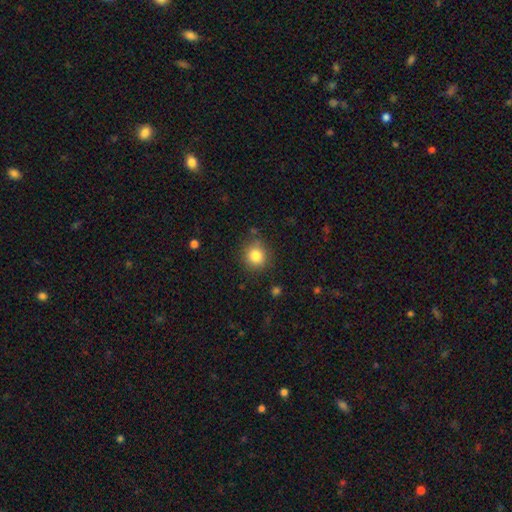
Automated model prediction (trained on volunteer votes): Smooth or featured: smooth — 82% (star or artifact — 11%)
How rounded: round — 87% (in between — 12%)
Merging: none — 82% (minor disturbance — 12%)